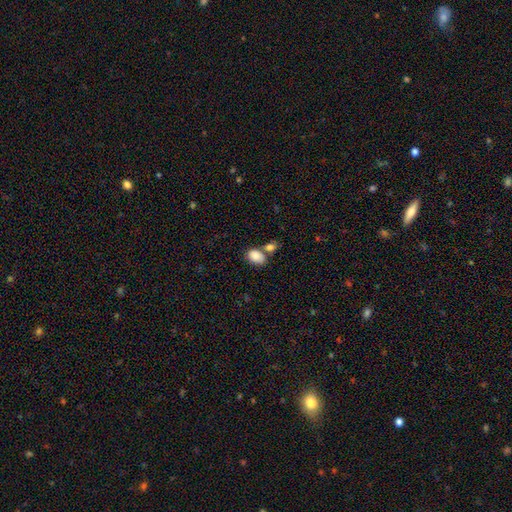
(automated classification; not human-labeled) Morphology: type=smooth (85%); roundness=in between (83%); merging=none (48%).